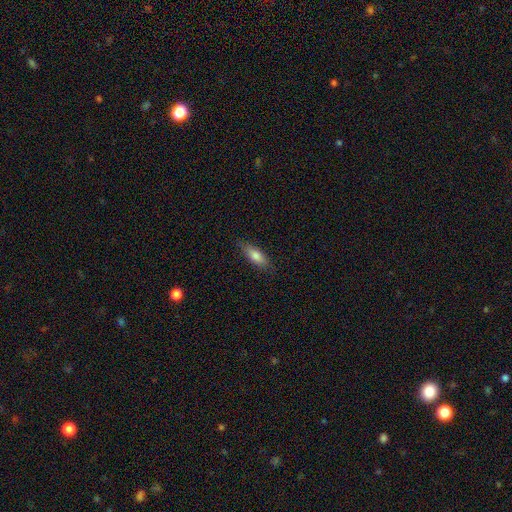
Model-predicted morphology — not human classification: A smooth galaxy with no disk features (77%) that is in between round and cigar-shaped (64%).

Vote fractions:
- Smooth or featured? smooth: 77% / featured or disk: 16% / star or artifact: 7%
- How rounded? in between: 64% / cigar-shaped: 33% / round: 2%
- Merging? none: 81% / minor disturbance: 15% / major disturbance: 3% / merger: 1%